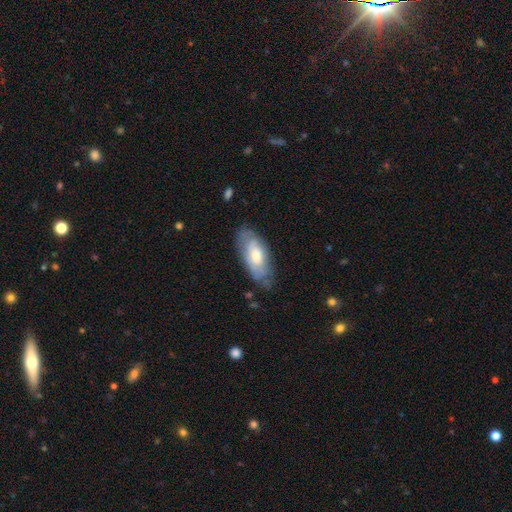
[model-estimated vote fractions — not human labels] Q: Smooth or featured?
A: smooth (60%); runner-up: featured or disk (34%)
Q: How rounded?
A: in between (84%); runner-up: cigar-shaped (14%)
Q: Merging?
A: none (68%); runner-up: minor disturbance (24%)